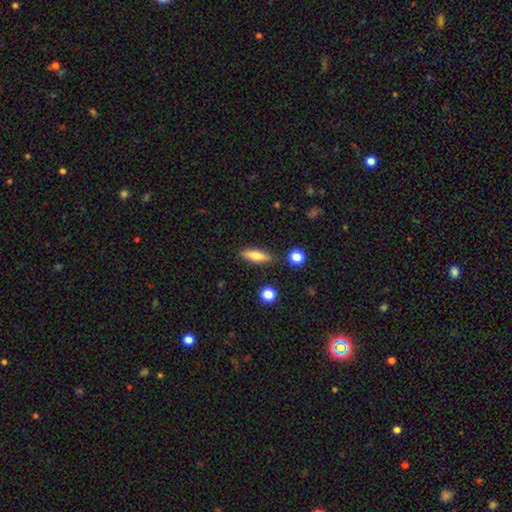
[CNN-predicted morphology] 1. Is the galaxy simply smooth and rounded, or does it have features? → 66% smooth, 27% featured or disk, 7% star or artifact.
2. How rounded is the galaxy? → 53% cigar-shaped, 43% in between, 3% round.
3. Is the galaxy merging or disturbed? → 85% none, 10% minor disturbance, 3% merger, 2% major disturbance.